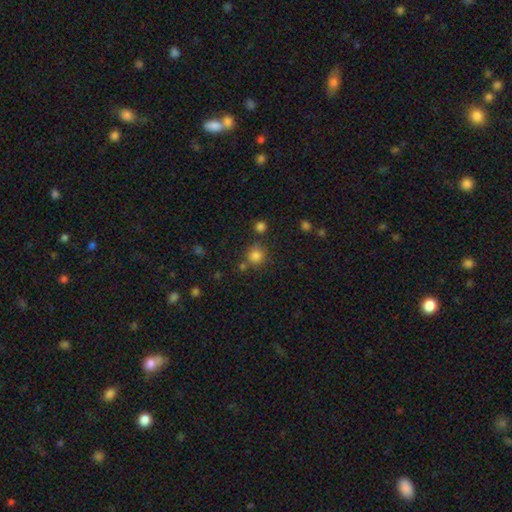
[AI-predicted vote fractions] Q: Smooth or featured?
A: smooth (82%); runner-up: star or artifact (13%)
Q: How rounded?
A: round (91%); runner-up: in between (8%)
Q: Merging?
A: none (73%); runner-up: merger (12%)